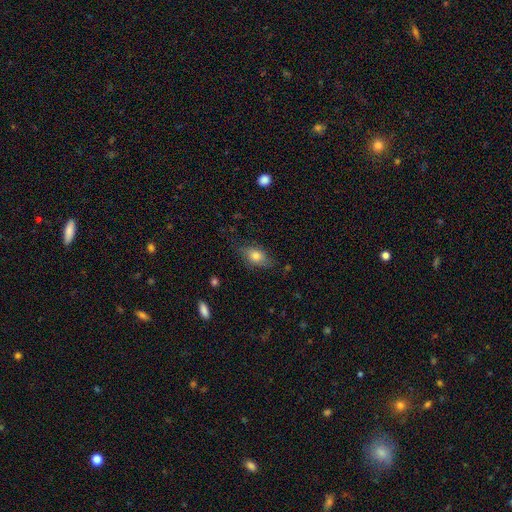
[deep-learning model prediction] Smooth or featured? Predicted: smooth (p=0.73). How rounded? Predicted: in between (p=0.84). Merging? Predicted: none (p=0.69).